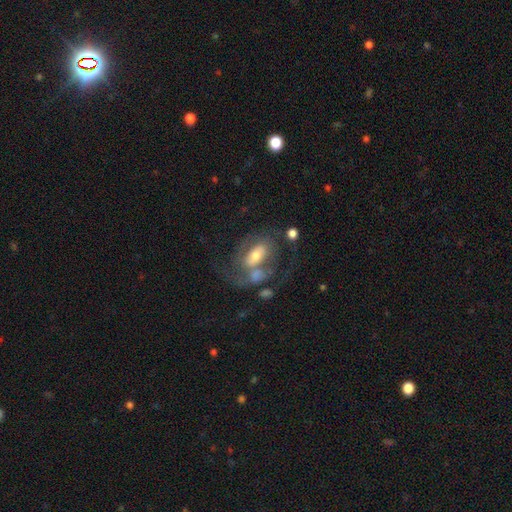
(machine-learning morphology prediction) smooth_or_featured: featured or disk (p=0.60) [alt: smooth p=0.32]
disk_edge_on: no (p=0.92) [alt: yes p=0.08]
bar: no (p=0.44) [alt: weak p=0.32]
has_spiral_arms: yes (p=0.57) [alt: no p=0.43]
bulge_size: moderate (p=0.58) [alt: small p=0.28]
merging: none (p=0.38) [alt: major disturbance p=0.24]